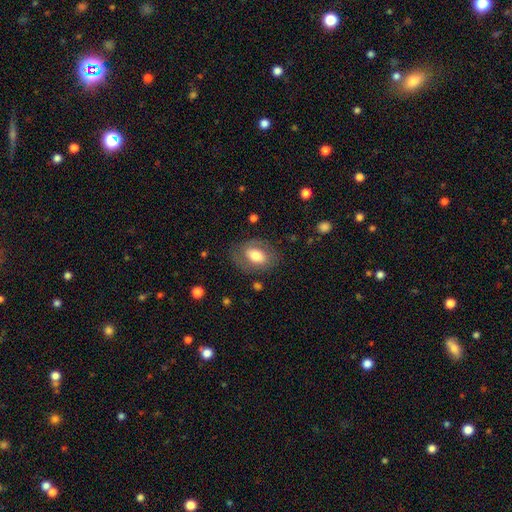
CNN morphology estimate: Smooth or featured? Predicted: smooth (p=0.57). How rounded? Predicted: in between (p=0.80). Merging? Predicted: none (p=0.74).